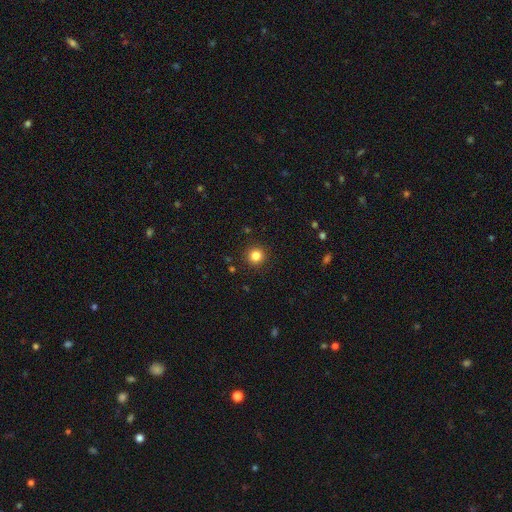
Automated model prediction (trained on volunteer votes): Smooth or featured? smooth (83%)
How rounded? round (94%)
Merging? none (92%)